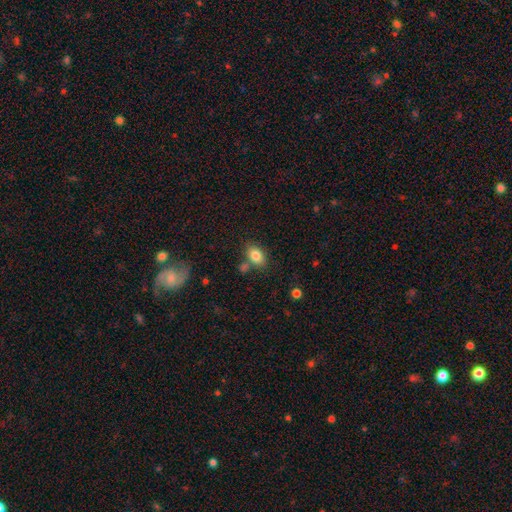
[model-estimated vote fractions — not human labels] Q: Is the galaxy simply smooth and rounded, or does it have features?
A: smooth — 83%.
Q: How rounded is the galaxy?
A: in between — 84%.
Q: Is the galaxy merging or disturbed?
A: none — 71%.